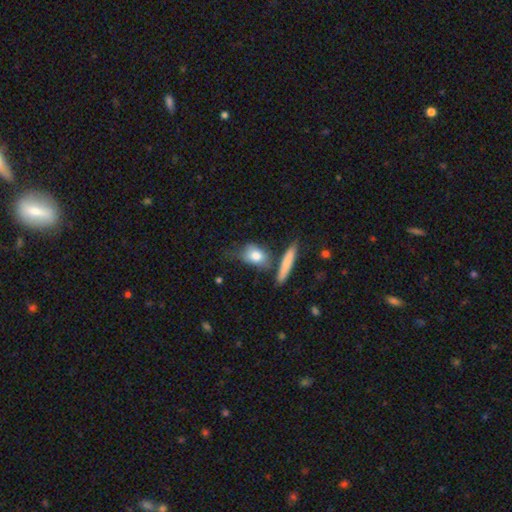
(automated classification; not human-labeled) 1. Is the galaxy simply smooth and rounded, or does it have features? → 78% smooth, 15% featured or disk, 7% star or artifact.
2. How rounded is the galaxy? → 63% in between, 23% round, 14% cigar-shaped.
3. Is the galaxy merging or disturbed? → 51% none, 22% minor disturbance, 17% merger, 10% major disturbance.